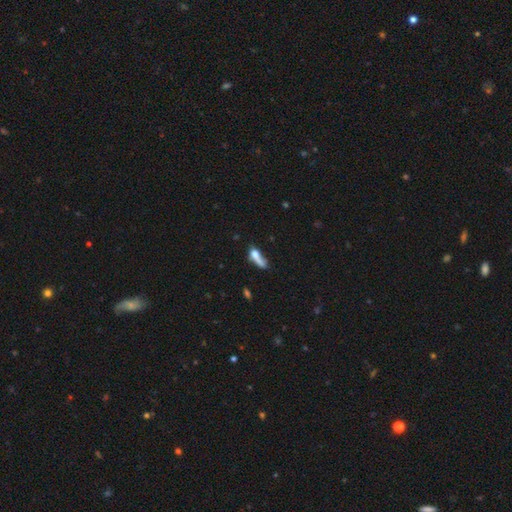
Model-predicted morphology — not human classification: smooth 61%, featured or disk 27%, star or artifact 12%. Down the decision tree: how rounded — in between (46%); merging — merger (36%).